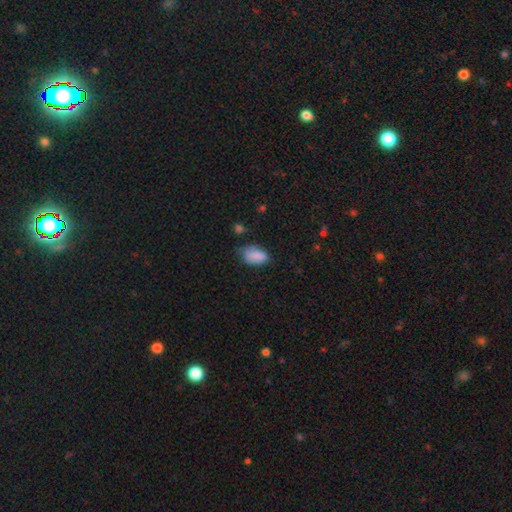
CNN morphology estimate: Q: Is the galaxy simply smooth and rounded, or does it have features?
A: smooth — 84%.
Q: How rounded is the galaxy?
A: in between — 90%.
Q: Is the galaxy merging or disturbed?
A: none — 54%.